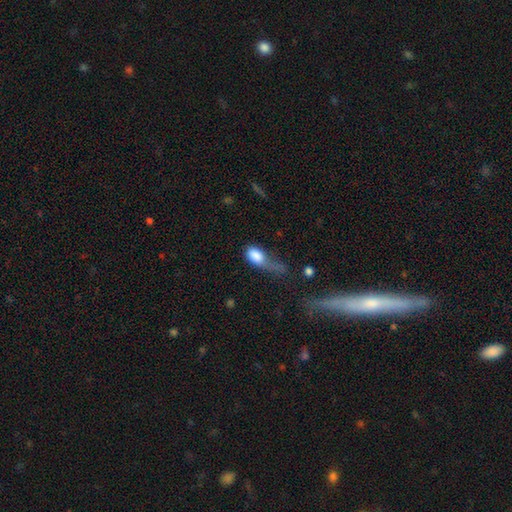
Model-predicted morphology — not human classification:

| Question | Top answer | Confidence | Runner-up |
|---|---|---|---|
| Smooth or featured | smooth | 80% | featured or disk (12%) |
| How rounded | in between | 85% | round (10%) |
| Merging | major disturbance | 51% | minor disturbance (25%) |